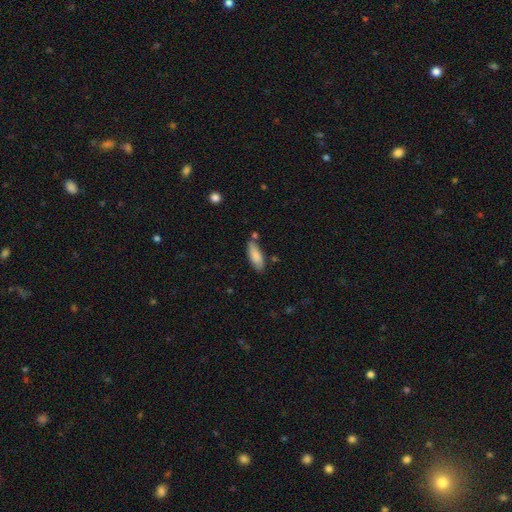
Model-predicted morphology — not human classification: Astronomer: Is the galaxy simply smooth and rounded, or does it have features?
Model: smooth — 85%.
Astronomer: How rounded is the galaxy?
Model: in between — 68%.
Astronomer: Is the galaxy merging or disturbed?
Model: none — 74%.